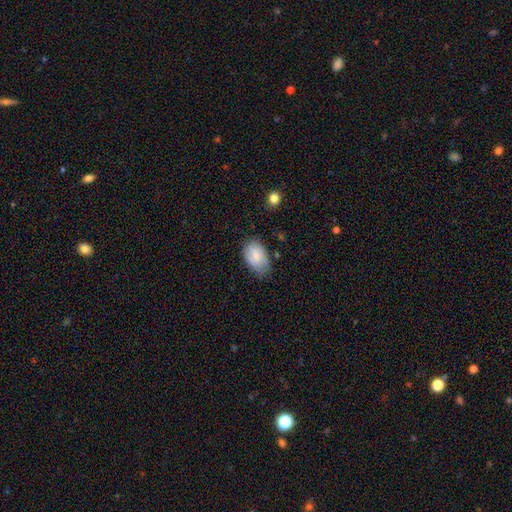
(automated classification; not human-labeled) Smooth or featured? Predicted: smooth (p=0.76). How rounded? Predicted: in between (p=0.90). Merging? Predicted: none (p=0.63).